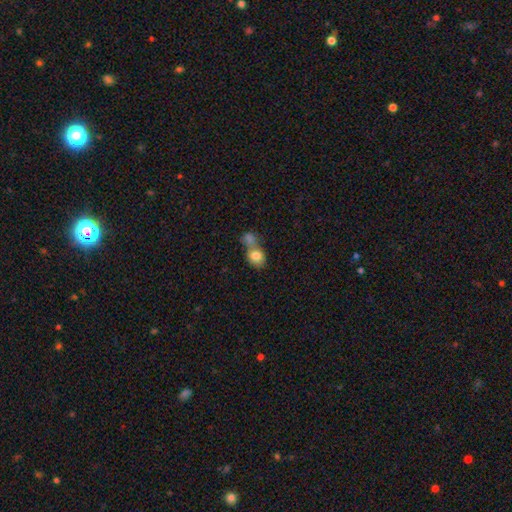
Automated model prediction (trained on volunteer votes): smooth 80%, featured or disk 12%, star or artifact 8%. Down the decision tree: how rounded — in between (52%); merging — merger (64%).